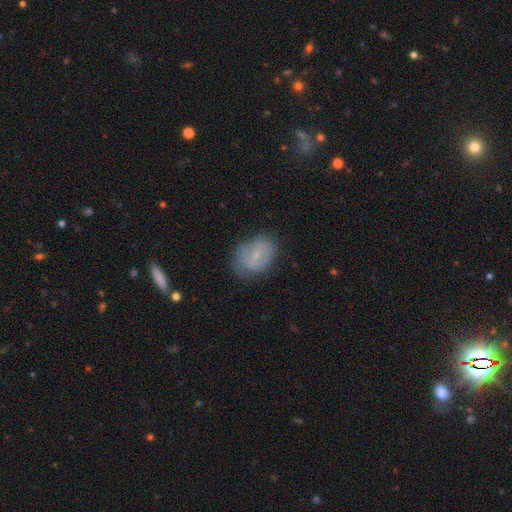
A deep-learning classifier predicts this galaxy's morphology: This is possibly a smooth galaxy (48%). Merging: likely none (62%).